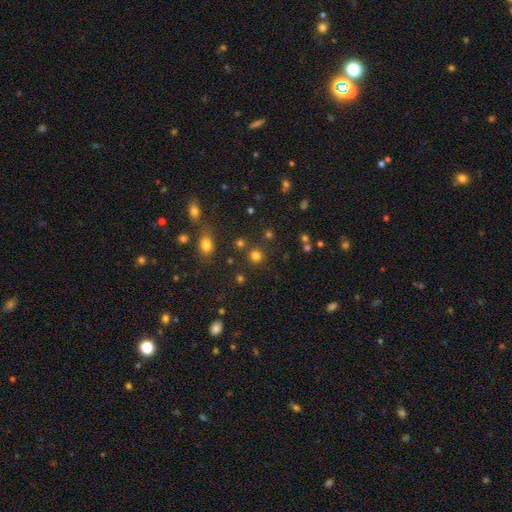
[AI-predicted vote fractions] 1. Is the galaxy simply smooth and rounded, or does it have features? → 76% smooth, 19% star or artifact, 5% featured or disk.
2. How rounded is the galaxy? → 92% round, 7% in between, 1% cigar-shaped.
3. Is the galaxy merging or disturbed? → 86% none, 6% minor disturbance, 5% merger, 3% major disturbance.